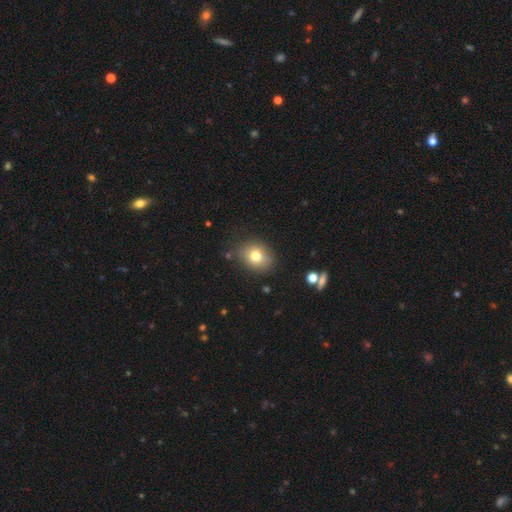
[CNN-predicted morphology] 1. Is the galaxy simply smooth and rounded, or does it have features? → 76% smooth, 12% featured or disk, 12% star or artifact.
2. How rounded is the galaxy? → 53% round, 46% in between, 1% cigar-shaped.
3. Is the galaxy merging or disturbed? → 79% none, 15% minor disturbance, 4% major disturbance, 3% merger.